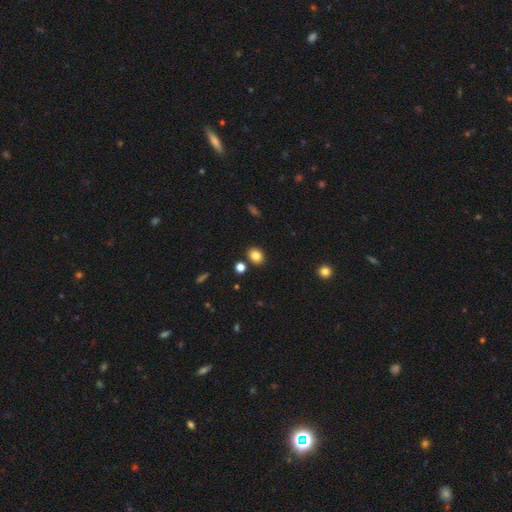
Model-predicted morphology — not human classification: type=smooth (83%); roundness=round (50%); merging=none (84%).